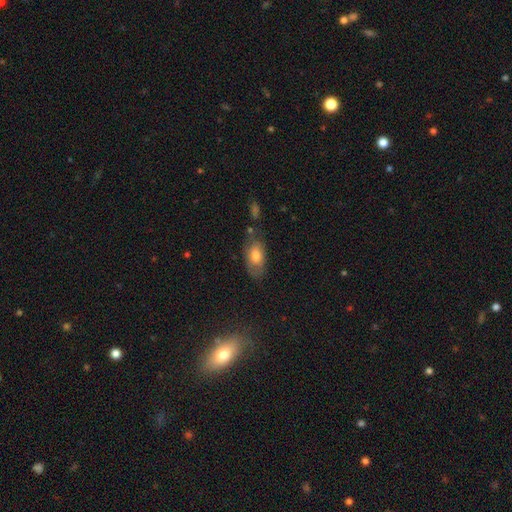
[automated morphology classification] Overall: smooth (72%). How rounded: in between (90%). Merging: none (61%; minor disturbance 24%).